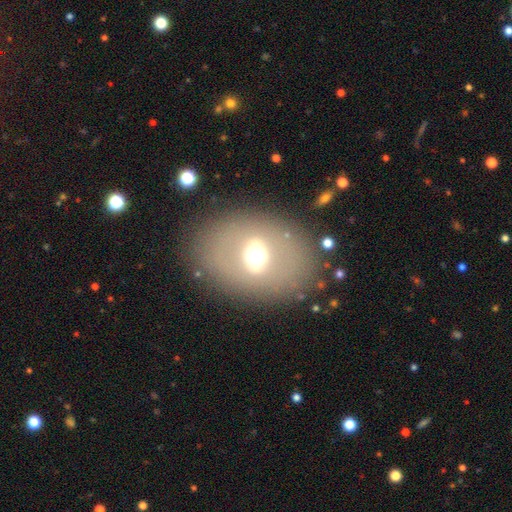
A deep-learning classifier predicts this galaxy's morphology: Q: Smooth or featured?
A: smooth (44%); runner-up: featured or disk (42%)
Q: Merging?
A: none (81%); runner-up: minor disturbance (10%)